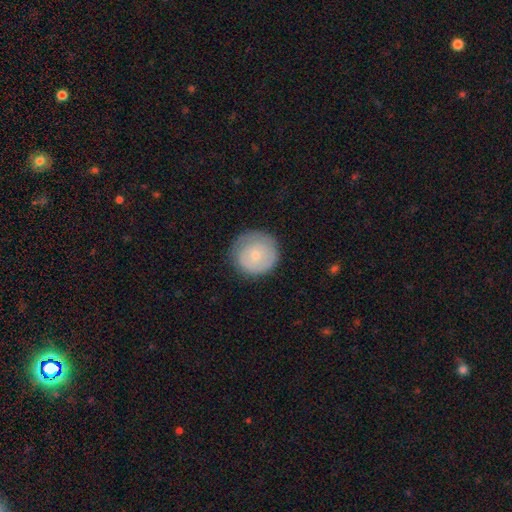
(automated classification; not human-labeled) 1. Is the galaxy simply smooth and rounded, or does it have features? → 64% smooth, 29% featured or disk, 6% star or artifact.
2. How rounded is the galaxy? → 94% round, 5% in between, 1% cigar-shaped.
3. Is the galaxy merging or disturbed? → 74% none, 19% minor disturbance, 6% major disturbance, 1% merger.